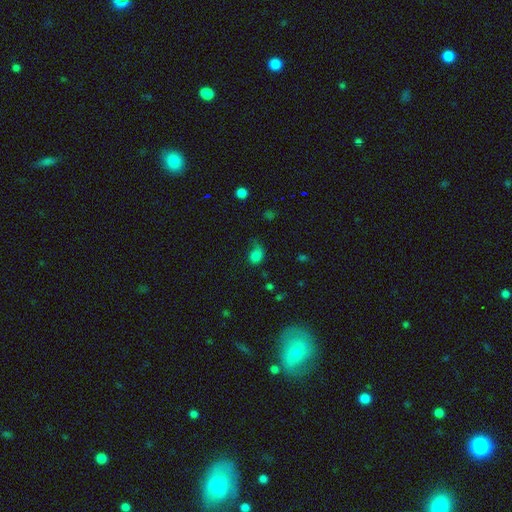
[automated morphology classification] A smooth galaxy with no disk features (78%) that is in between round and cigar-shaped (59%). Merging: none (36%).